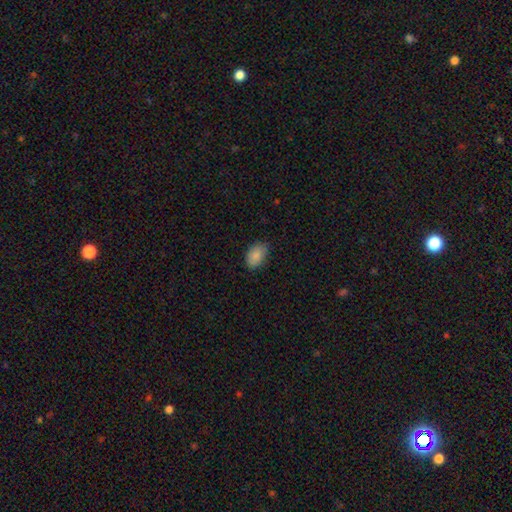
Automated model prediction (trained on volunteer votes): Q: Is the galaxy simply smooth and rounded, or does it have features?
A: smooth — 88%.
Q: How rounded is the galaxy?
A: in between — 89%.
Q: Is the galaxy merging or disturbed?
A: none — 80%.